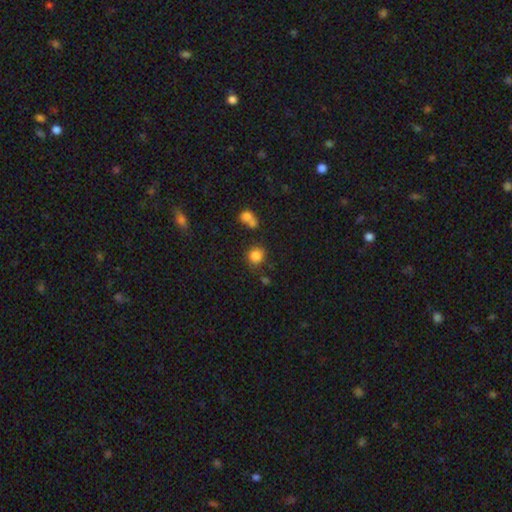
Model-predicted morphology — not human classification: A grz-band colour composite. It shows a smooth galaxy with no disk features (84%) that is round (82%). Merging: none (74%).